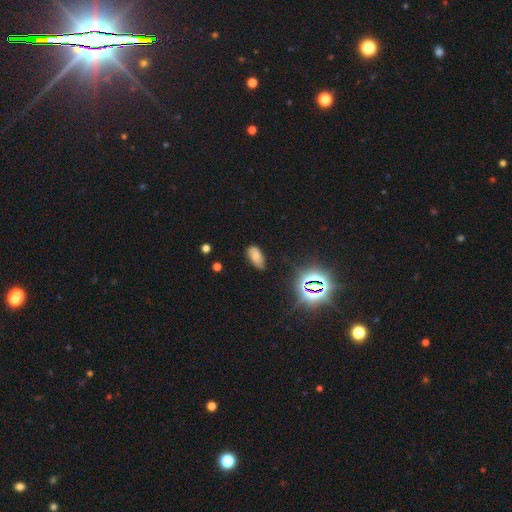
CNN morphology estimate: A smooth galaxy with no disk features (64%) that is in between round and cigar-shaped (90%). Merging: none (66%).